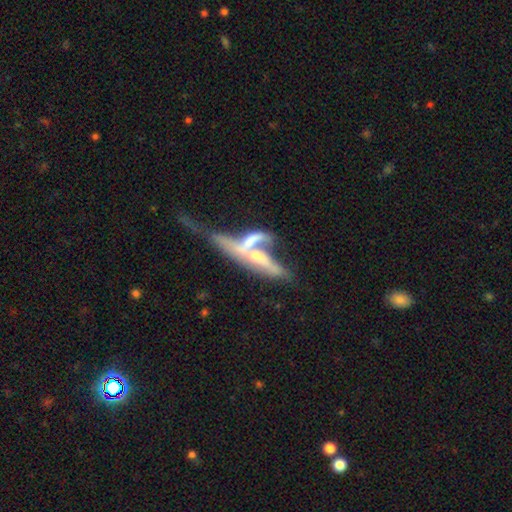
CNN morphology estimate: This appears to be a featured or disk galaxy (62%). Merging: merger (67%).